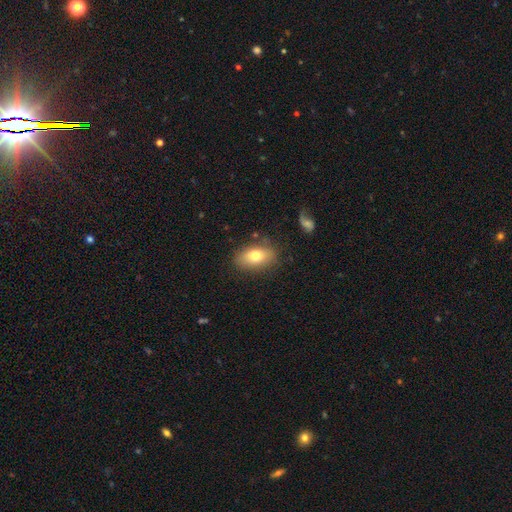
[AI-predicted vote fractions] smooth_or_featured: smooth (p=0.73) [alt: featured or disk p=0.19]
how_rounded: in between (p=0.87) [alt: round p=0.11]
merging: none (p=0.79) [alt: minor disturbance p=0.14]